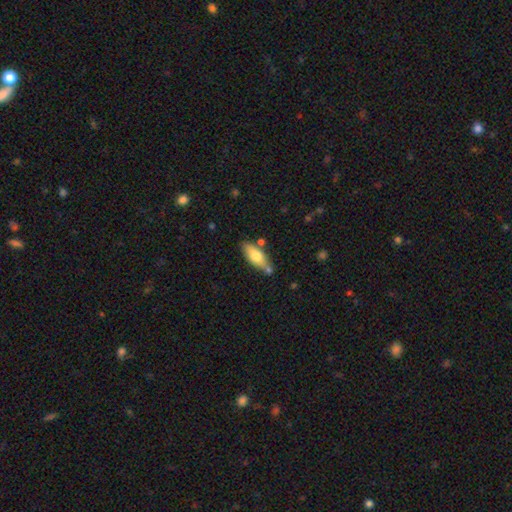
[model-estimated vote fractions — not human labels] Morphology: type=smooth (68%); roundness=in between (67%); merging=none (72%).